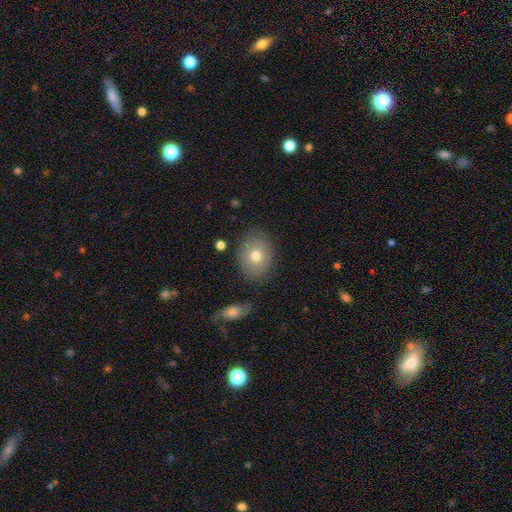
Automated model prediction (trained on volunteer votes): Q: Smooth or featured?
A: smooth (67%); runner-up: featured or disk (23%)
Q: How rounded?
A: in between (60%); runner-up: round (39%)
Q: Merging?
A: none (82%); runner-up: minor disturbance (12%)